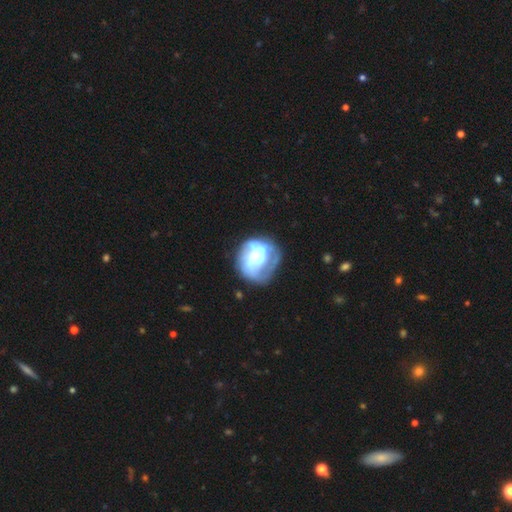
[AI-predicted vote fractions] The model was most divided on "bulge size": moderate: 43%, small: 30%, large: 16%, none: 7%, dominant: 4%. Remaining: edge-on disk — no (98%); bar — no (73%); smooth or featured — featured or disk (61%); spiral arms — no (57%); merging — none (42%).